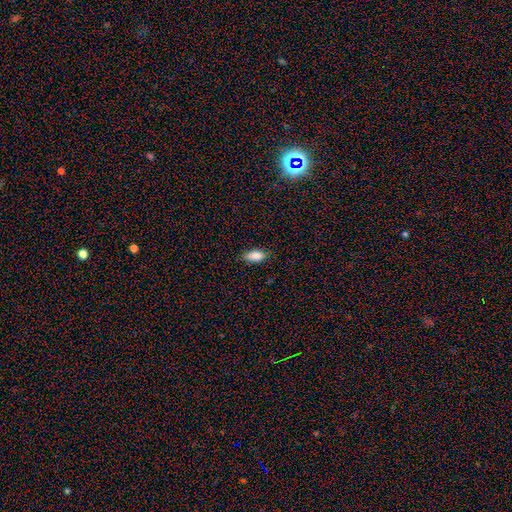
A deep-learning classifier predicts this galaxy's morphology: type=smooth (84%); roundness=in between (86%); merging=none (84%).